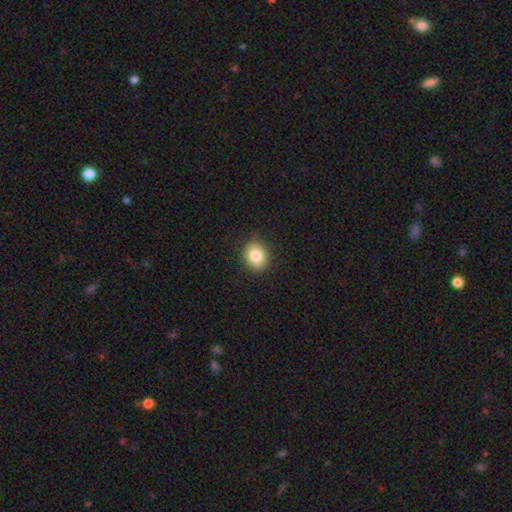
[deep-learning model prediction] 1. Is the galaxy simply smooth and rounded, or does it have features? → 84% smooth, 9% star or artifact, 7% featured or disk.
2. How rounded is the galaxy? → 67% round, 32% in between, 1% cigar-shaped.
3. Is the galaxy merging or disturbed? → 87% none, 10% minor disturbance, 2% major disturbance, 1% merger.